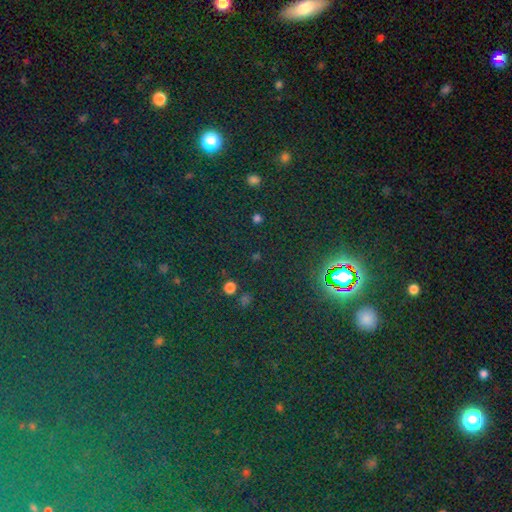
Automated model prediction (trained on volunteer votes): Smooth or featured: star or artifact — 78% (smooth — 14%)